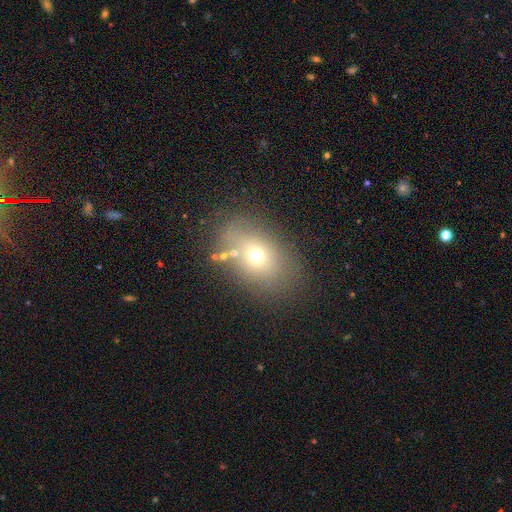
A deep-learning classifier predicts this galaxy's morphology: This appears to be a smooth galaxy with no disk features (65%) that is in between round and cigar-shaped (66%). Merging: none (72%).